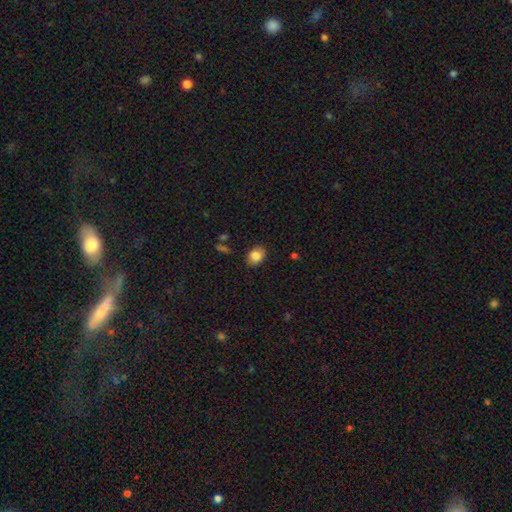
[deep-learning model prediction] This is clearly a smooth galaxy (84%). How rounded: possibly in between (59%). Merging: clearly none (86%).